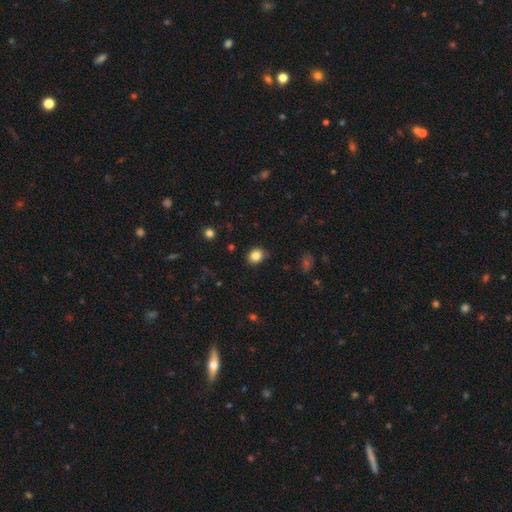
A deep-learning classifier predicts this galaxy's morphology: Q: Smooth or featured?
A: smooth (84%); runner-up: star or artifact (11%)
Q: How rounded?
A: round (61%); runner-up: in between (38%)
Q: Merging?
A: none (85%); runner-up: minor disturbance (11%)